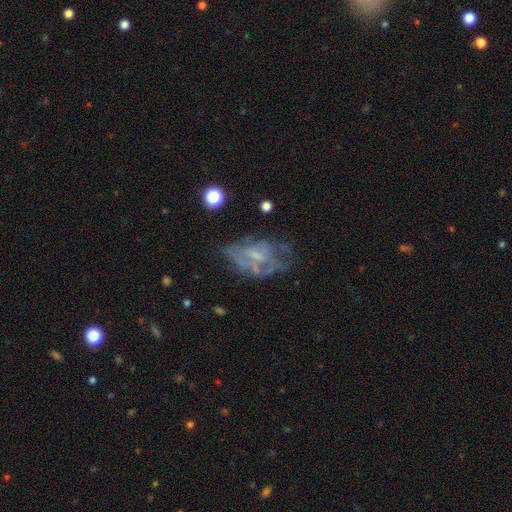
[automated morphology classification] featured or disk 65%, smooth 22%, star or artifact 13%. Down the decision tree: edge-on disk — no (95%); bar — no (68%); spiral arms — no (55%); bulge size — small (49%); merging — none (47%).